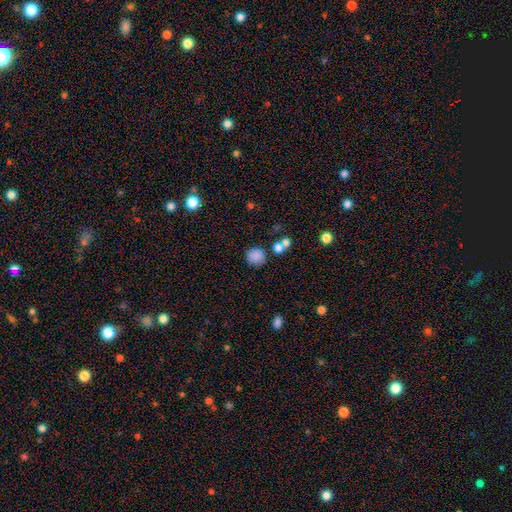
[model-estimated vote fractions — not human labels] Morphology: type=smooth (84%); roundness=round (91%); merging=none (74%).